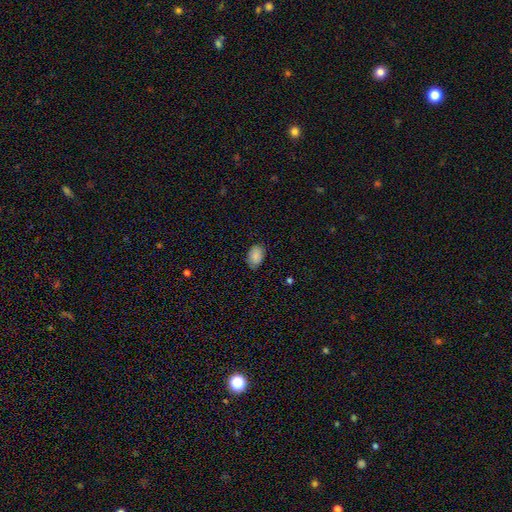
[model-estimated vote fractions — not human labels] This appears to be a smooth galaxy with no disk features (87%) that is in between round and cigar-shaped (84%). Merging: none (80%).